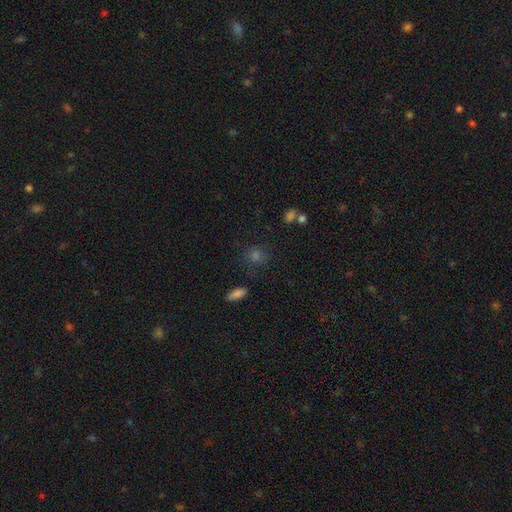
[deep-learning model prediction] Q: Smooth or featured?
A: smooth (61%); runner-up: star or artifact (29%)
Q: How rounded?
A: round (83%); runner-up: in between (16%)
Q: Merging?
A: none (78%); runner-up: minor disturbance (13%)